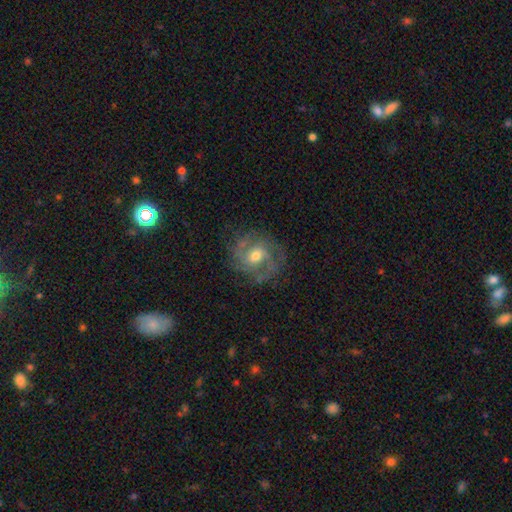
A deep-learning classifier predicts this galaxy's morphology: featured or disk 79%, smooth 14%, star or artifact 7%. Down the decision tree: edge-on disk — no (97%); bar — no (57%); spiral arms — yes (92%); spiral arm count — 2 (33%); spiral winding — tight (43%, tied with medium); bulge size — moderate (66%); merging — none (73%).